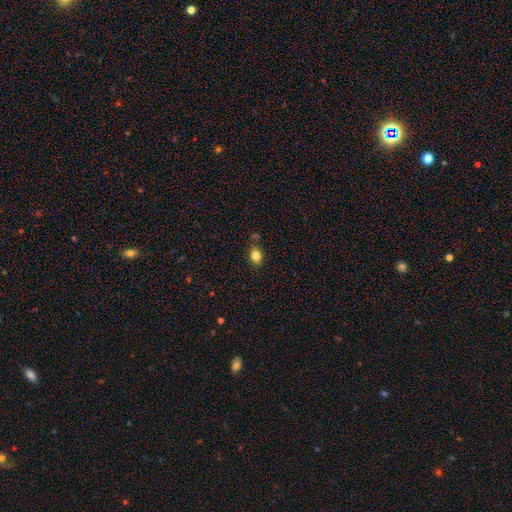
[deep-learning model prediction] Smooth or featured? smooth (83%)
How rounded? in between (64%)
Merging? none (79%)